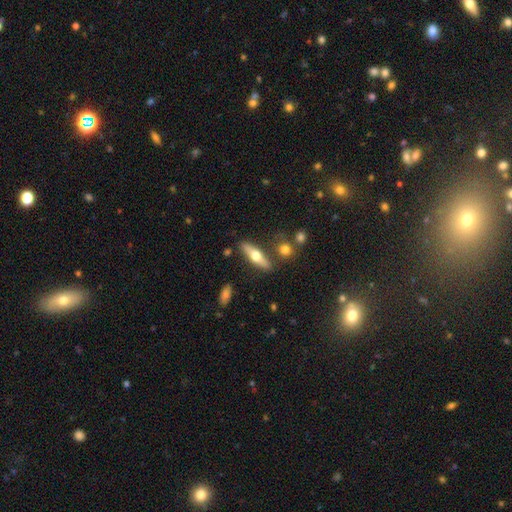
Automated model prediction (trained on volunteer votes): Smooth or featured: featured or disk — 49% (smooth — 45%)
Merging: none — 80% (minor disturbance — 11%)